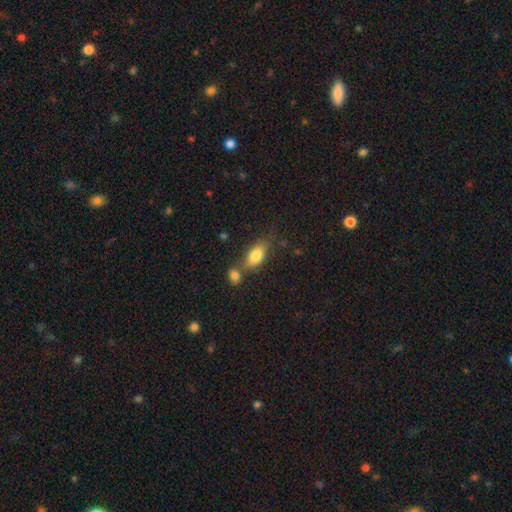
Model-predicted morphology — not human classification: type=smooth (79%); roundness=in between (84%); merging=none (53%).